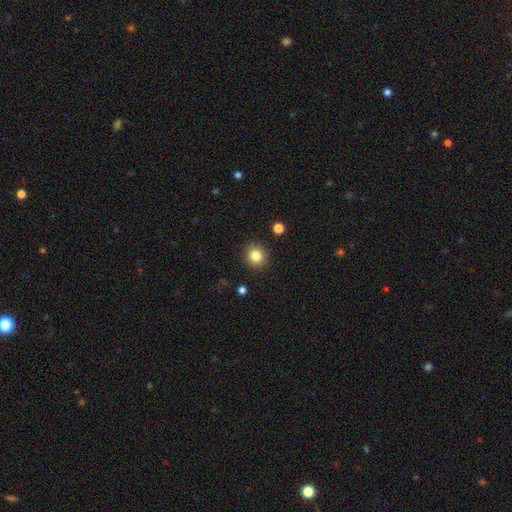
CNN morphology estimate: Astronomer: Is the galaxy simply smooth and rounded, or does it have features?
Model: smooth — 82%.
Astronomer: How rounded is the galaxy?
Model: round — 89%.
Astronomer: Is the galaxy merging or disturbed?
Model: none — 91%.